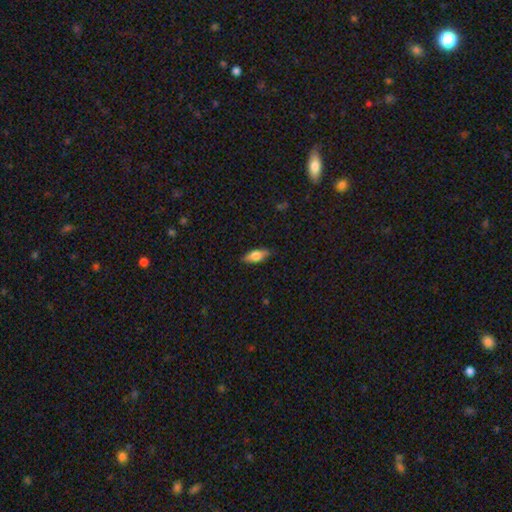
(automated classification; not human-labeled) A smooth galaxy with no disk features (70%) that is in between round and cigar-shaped (77%).

Vote fractions:
- Smooth or featured? smooth: 70% / featured or disk: 24% / star or artifact: 6%
- How rounded? in between: 77% / cigar-shaped: 20% / round: 3%
- Merging? none: 86% / minor disturbance: 11% / major disturbance: 2% / merger: 1%